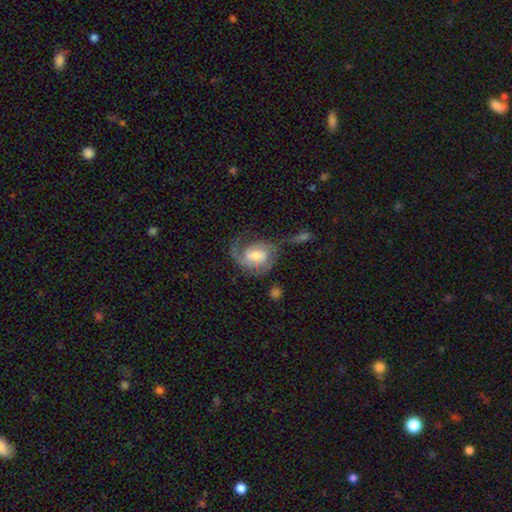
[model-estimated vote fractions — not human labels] This appears to be a featured or disk galaxy (79%) with a weak bar (48%), 2 (50%) medium (44%) spiral arms (94%) and a moderate central bulge (55%). Merging: none (43%).